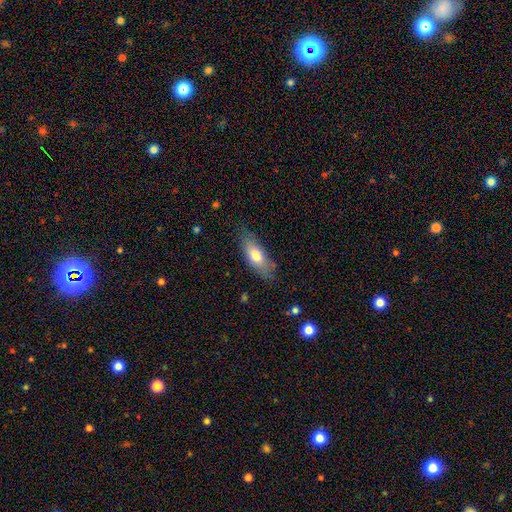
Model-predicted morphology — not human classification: type=smooth (73%); roundness=in between (72%); merging=none (76%).